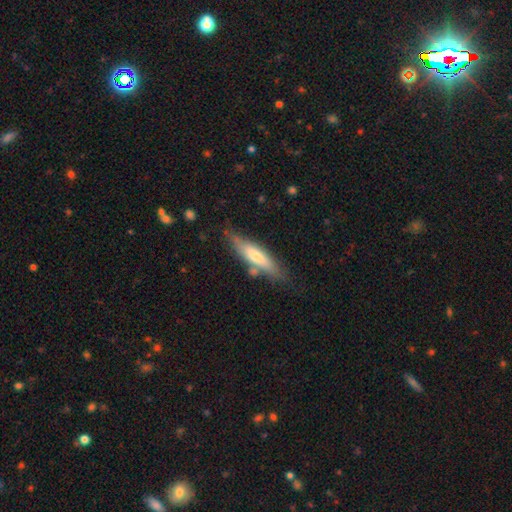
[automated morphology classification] Overall: smooth (52%; featured or disk 42%). How rounded: cigar-shaped (76%). Merging: none (72%).